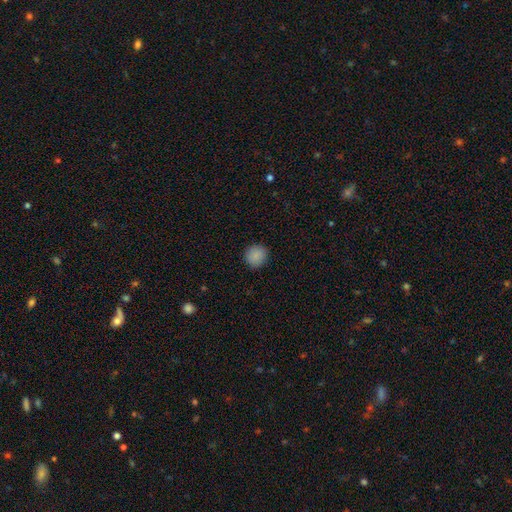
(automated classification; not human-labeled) Overall: smooth (88%). How rounded: round (90%). Merging: none (91%).